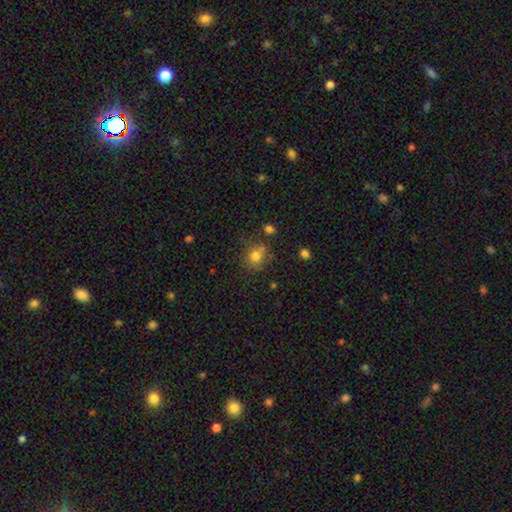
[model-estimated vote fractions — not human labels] A smooth galaxy with no disk features (77%) that is round (75%). Merging: none (65%).